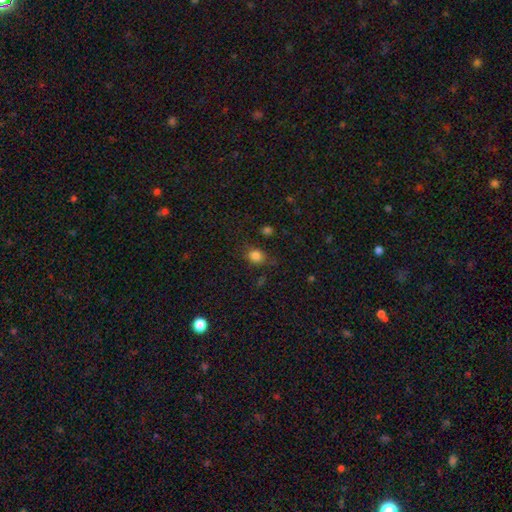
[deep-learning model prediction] Smooth or featured? smooth (82%)
How rounded? round (53%)
Merging? none (75%)